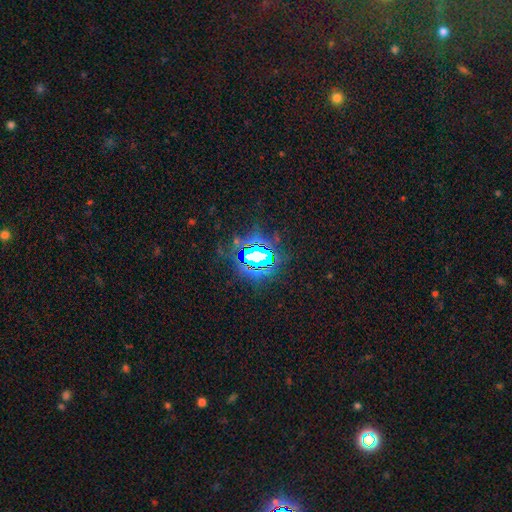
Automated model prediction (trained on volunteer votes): Smooth or featured? Predicted: star or artifact (p=0.75).